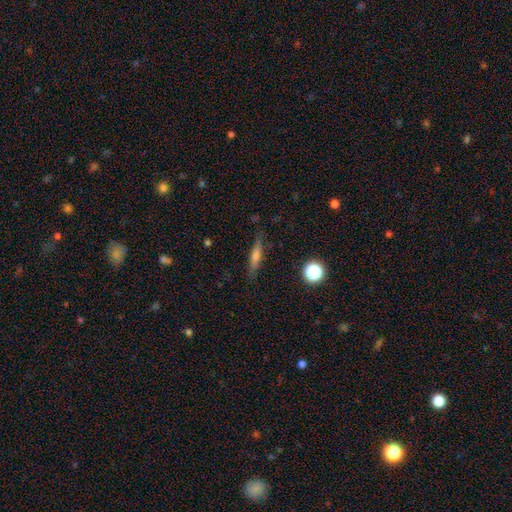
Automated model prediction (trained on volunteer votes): smooth_or_featured: featured or disk (p=0.50) [alt: smooth p=0.38]
disk_edge_on: yes (p=0.93) [alt: no p=0.07]
merging: none (p=0.86) [alt: minor disturbance p=0.10]